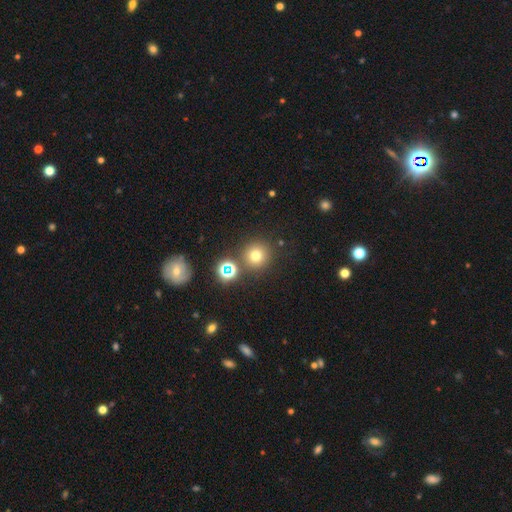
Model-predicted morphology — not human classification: The model was most divided on "smooth or featured": smooth: 69%, star or artifact: 22%, featured or disk: 9%. More confident: how rounded — round (93%); merging — none (80%).